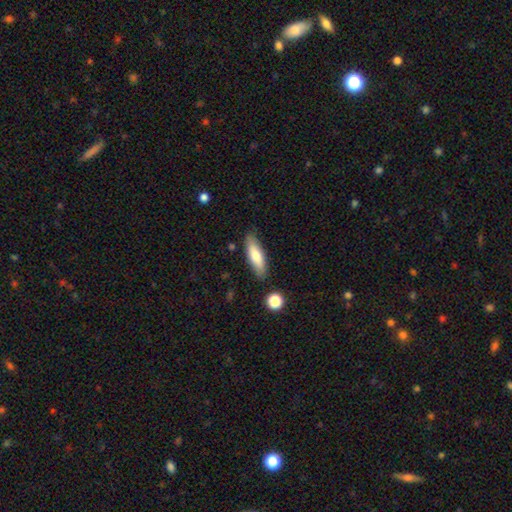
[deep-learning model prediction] A smooth galaxy with no disk features (75%) that is cigar-shaped (51%). Merging: none (83%).